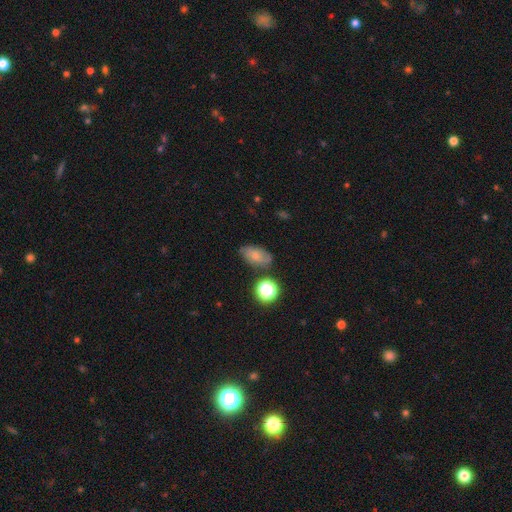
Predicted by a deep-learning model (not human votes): Q: Smooth or featured?
A: smooth (68%); runner-up: featured or disk (19%)
Q: How rounded?
A: in between (86%); runner-up: round (11%)
Q: Merging?
A: none (70%); runner-up: minor disturbance (20%)